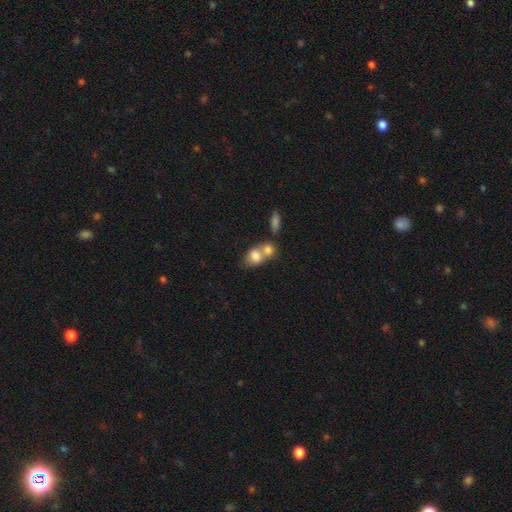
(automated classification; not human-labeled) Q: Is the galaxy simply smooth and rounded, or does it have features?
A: smooth — 78%.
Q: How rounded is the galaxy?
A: in between — 64%.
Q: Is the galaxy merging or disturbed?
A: merger — 64%.